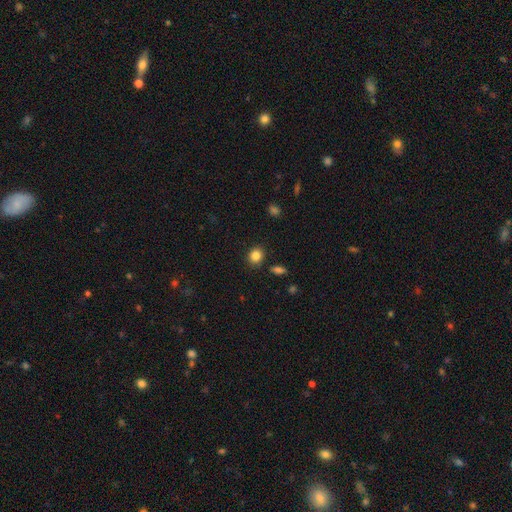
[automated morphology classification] A smooth galaxy with no disk features (85%) that is round (70%).

Vote fractions:
- Smooth or featured? smooth: 85% / star or artifact: 10% / featured or disk: 5%
- How rounded? round: 70% / in between: 29% / cigar-shaped: 1%
- Merging? none: 85% / minor disturbance: 9% / merger: 3% / major disturbance: 3%